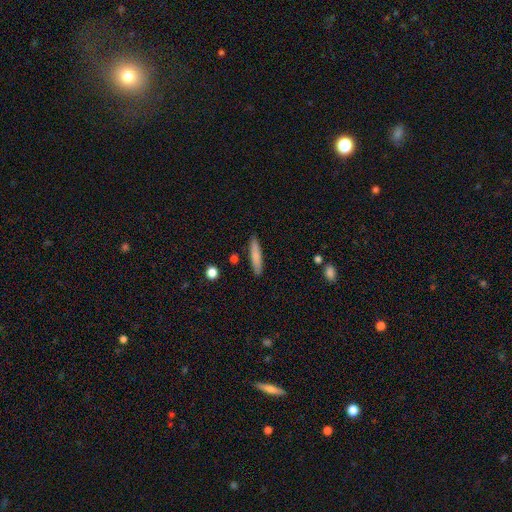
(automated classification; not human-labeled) Q: Smooth or featured?
A: smooth (79%); runner-up: featured or disk (14%)
Q: How rounded?
A: cigar-shaped (88%); runner-up: in between (10%)
Q: Merging?
A: none (88%); runner-up: minor disturbance (8%)